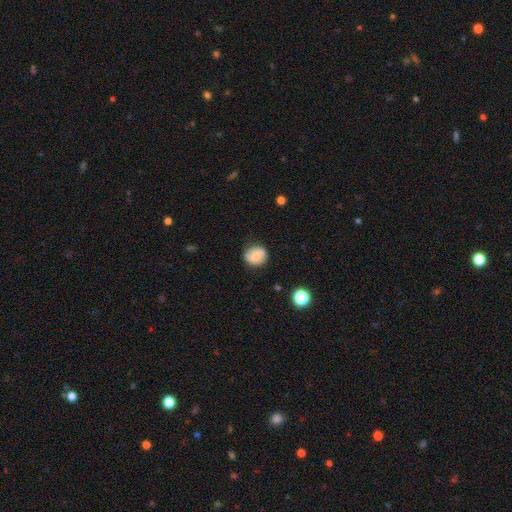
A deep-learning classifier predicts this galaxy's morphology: Q: Smooth or featured?
A: smooth (68%); runner-up: featured or disk (23%)
Q: How rounded?
A: round (81%); runner-up: in between (18%)
Q: Merging?
A: none (78%); runner-up: minor disturbance (16%)